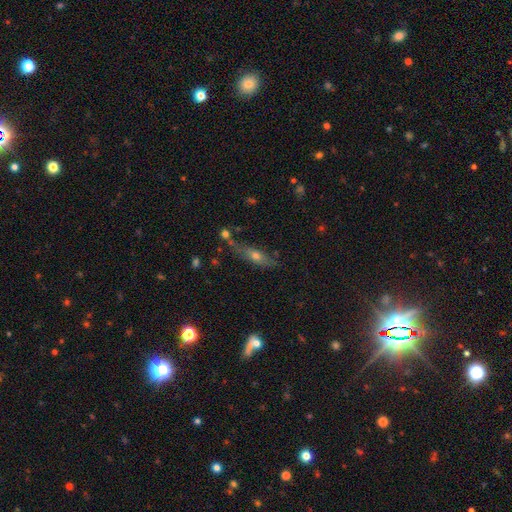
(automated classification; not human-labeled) A featured or disk galaxy (46%).

Vote fractions:
- Smooth or featured? featured or disk: 46% / smooth: 41% / star or artifact: 13%
- Merging? none: 59% / minor disturbance: 20% / merger: 12% / major disturbance: 9%